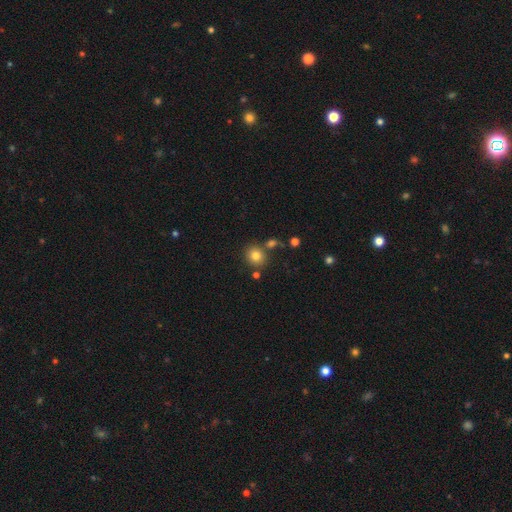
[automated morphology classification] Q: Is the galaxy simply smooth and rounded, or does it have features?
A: smooth — 80%.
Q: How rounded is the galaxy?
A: round — 81%.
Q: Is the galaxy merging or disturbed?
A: none — 73%.